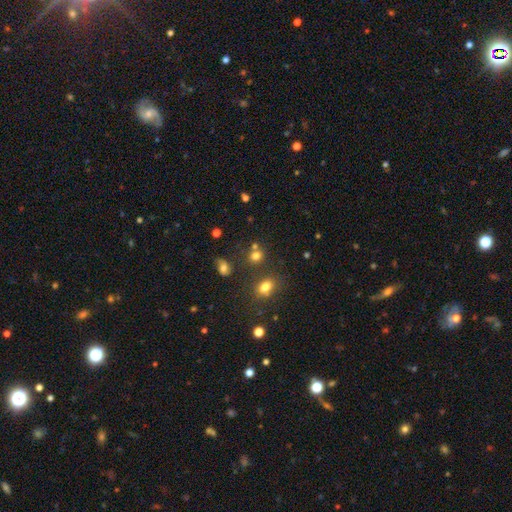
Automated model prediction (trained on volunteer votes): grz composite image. It shows a smooth galaxy with no disk features (74%) that is round (69%). Merging: none (63%).